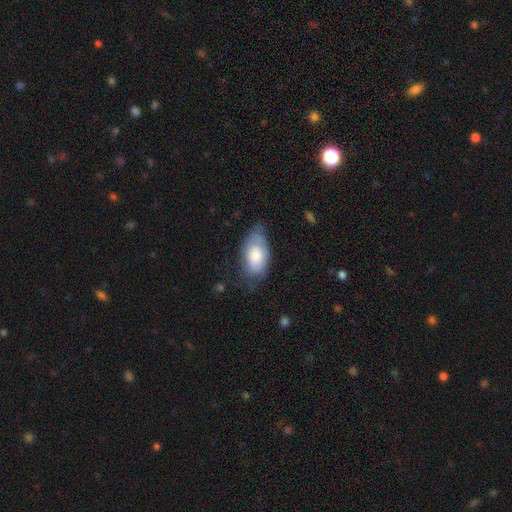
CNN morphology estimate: type=smooth (73%); roundness=in between (93%); merging=none (47%).